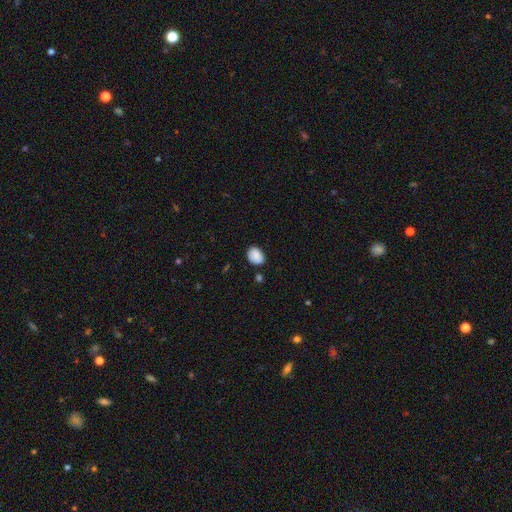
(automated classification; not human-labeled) Q: Smooth or featured?
A: smooth (87%); runner-up: star or artifact (8%)
Q: How rounded?
A: in between (69%); runner-up: round (30%)
Q: Merging?
A: none (77%); runner-up: minor disturbance (17%)